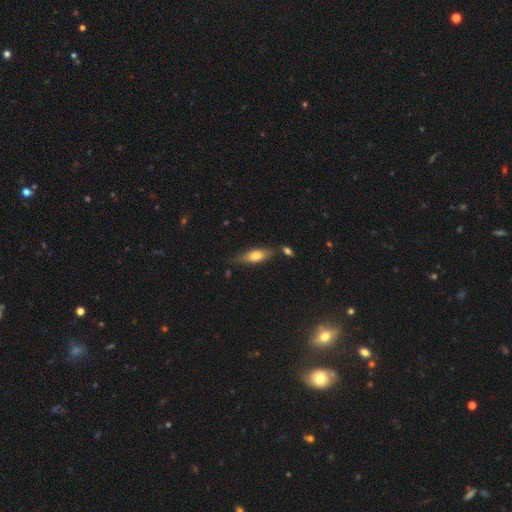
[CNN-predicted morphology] Smooth or featured: smooth — 64% (featured or disk — 30%)
How rounded: in between — 57% (cigar-shaped — 40%)
Merging: none — 70% (minor disturbance — 19%)